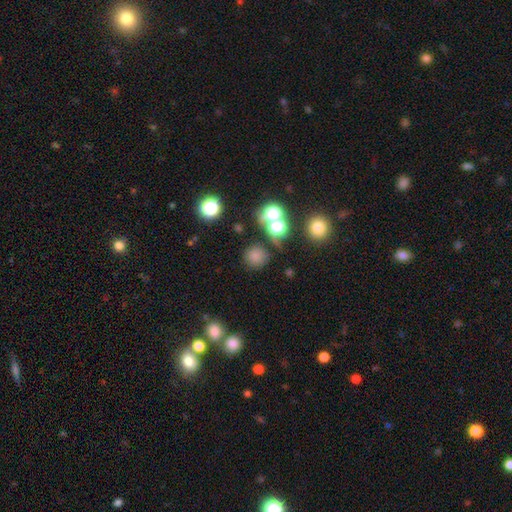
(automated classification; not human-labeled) Q: Smooth or featured?
A: smooth (71%); runner-up: star or artifact (21%)
Q: How rounded?
A: round (90%); runner-up: in between (9%)
Q: Merging?
A: none (74%); runner-up: minor disturbance (12%)